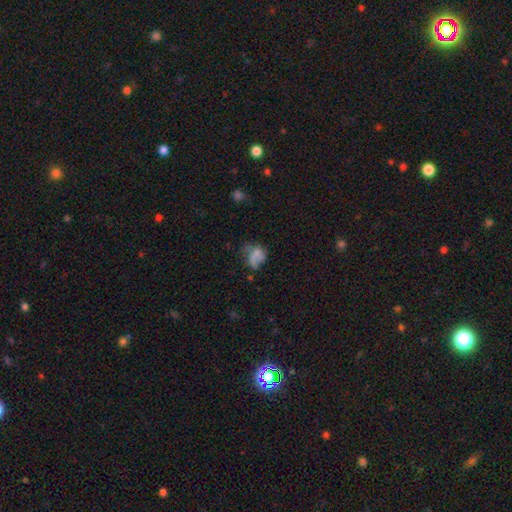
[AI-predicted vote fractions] smooth_or_featured: smooth (p=0.57) [alt: featured or disk p=0.29]
how_rounded: in between (p=0.65) [alt: round p=0.33]
merging: major disturbance (p=0.36) [alt: none p=0.30]